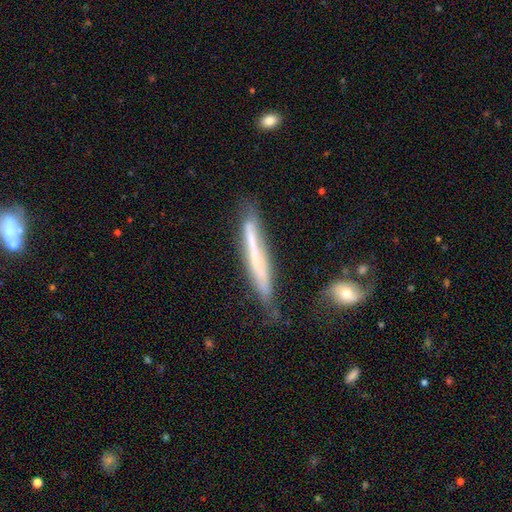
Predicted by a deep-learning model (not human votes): smooth_or_featured: featured or disk (p=0.53) [alt: smooth p=0.40]
disk_edge_on: yes (p=0.88) [alt: no p=0.12]
merging: none (p=0.63) [alt: minor disturbance p=0.25]